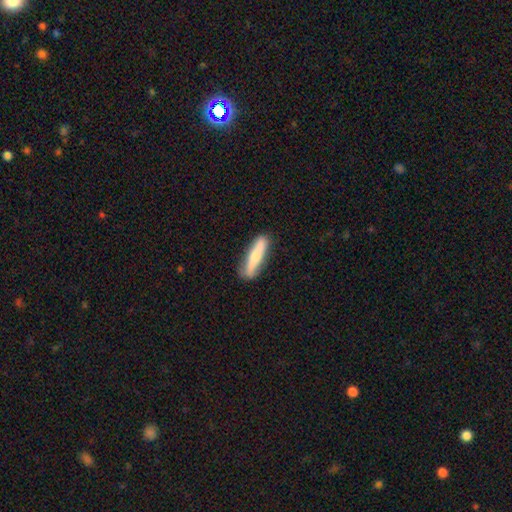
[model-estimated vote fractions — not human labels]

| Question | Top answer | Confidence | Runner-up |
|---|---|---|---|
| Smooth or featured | smooth | 63% | featured or disk (31%) |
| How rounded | cigar-shaped | 83% | in between (15%) |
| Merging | none | 83% | minor disturbance (13%) |